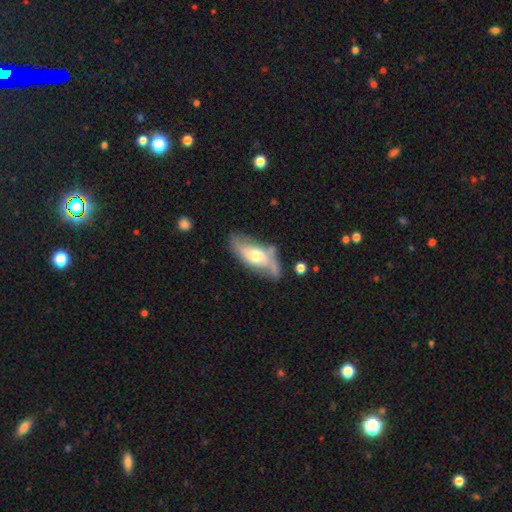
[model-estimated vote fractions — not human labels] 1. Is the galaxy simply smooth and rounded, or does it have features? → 59% featured or disk, 35% smooth, 6% star or artifact.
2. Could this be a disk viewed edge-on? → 80% no, 20% yes.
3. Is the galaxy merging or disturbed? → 56% none, 26% minor disturbance, 11% major disturbance, 7% merger.